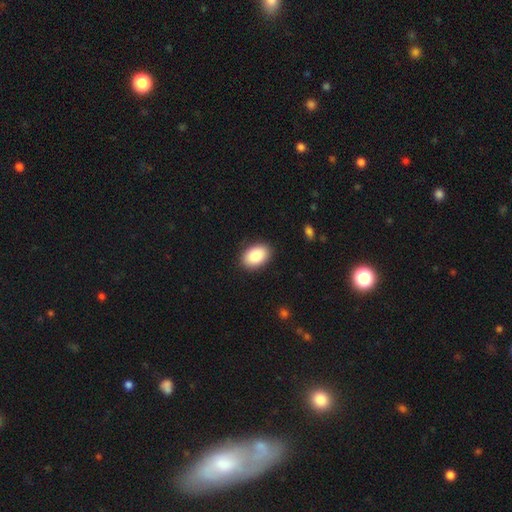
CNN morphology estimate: Smooth or featured: smooth — 89% (star or artifact — 6%)
How rounded: in between — 90% (round — 9%)
Merging: none — 89% (minor disturbance — 8%)